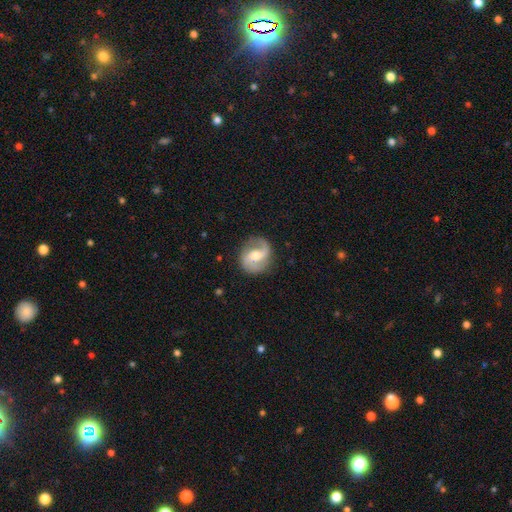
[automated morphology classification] featured or disk 85%, smooth 10%, star or artifact 5%. Down the decision tree: edge-on disk — no (98%); bar — weak (47%); spiral arms — yes (96%); spiral arm count — 2 (89%); spiral winding — medium (47%); bulge size — moderate (64%); merging — none (82%).